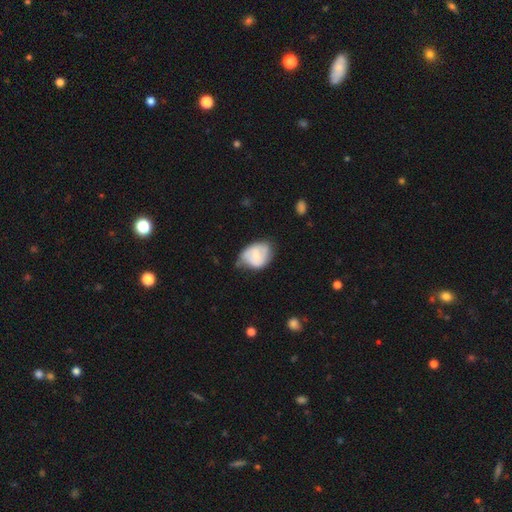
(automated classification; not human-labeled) smooth-or-featured: smooth: 49% | featured or disk: 45% | star or artifact: 6%
  merging: none: 45% | minor disturbance: 40% | major disturbance: 12% | merger: 3%